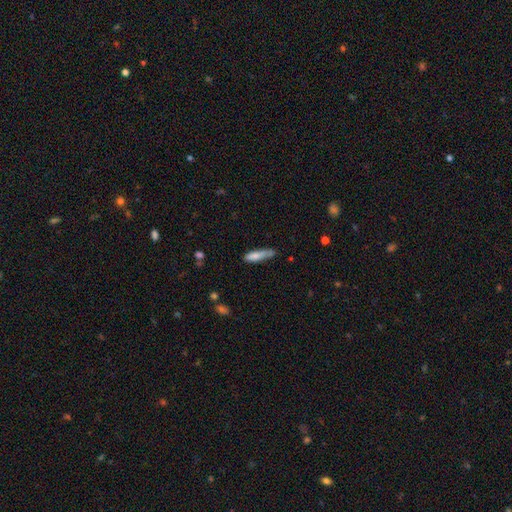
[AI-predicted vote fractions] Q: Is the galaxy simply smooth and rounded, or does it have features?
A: smooth — 77%.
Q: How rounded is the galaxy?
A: cigar-shaped — 71%.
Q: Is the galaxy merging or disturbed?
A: none — 51%.